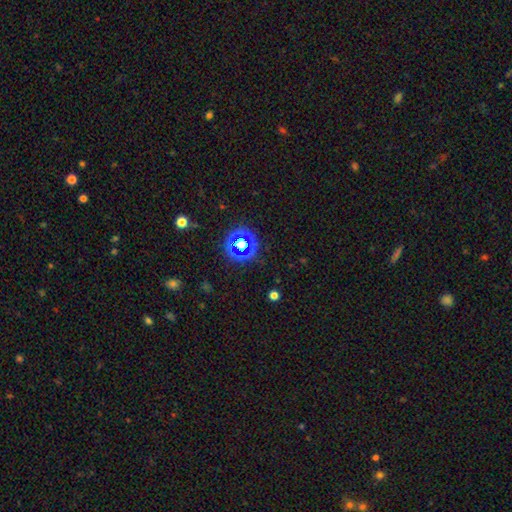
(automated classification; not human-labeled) Smooth or featured: star or artifact — 65% (smooth — 28%)